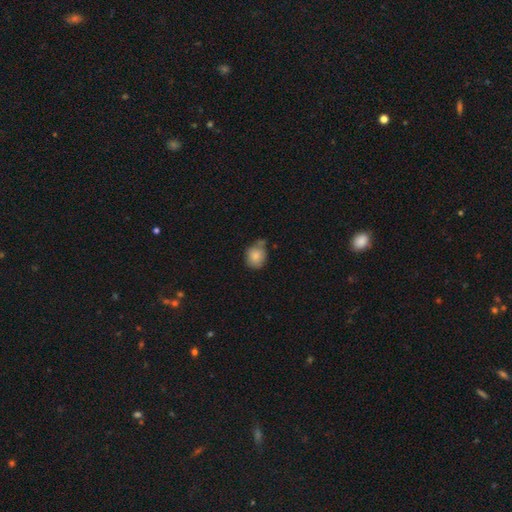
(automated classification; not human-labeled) Smooth or featured? smooth (85%)
How rounded? round (73%)
Merging? none (55%)